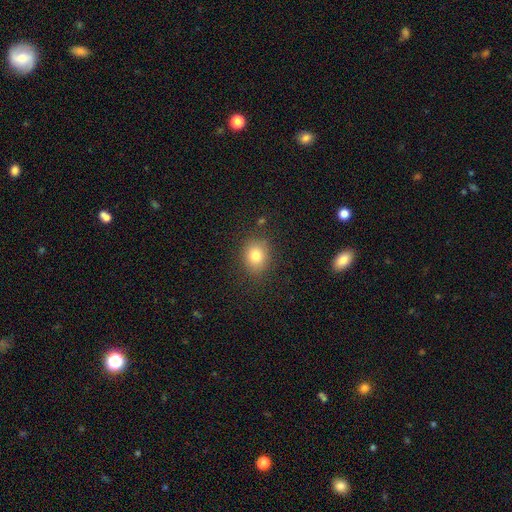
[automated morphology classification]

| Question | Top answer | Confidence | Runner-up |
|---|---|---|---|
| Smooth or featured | smooth | 80% | star or artifact (11%) |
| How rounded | round | 61% | in between (38%) |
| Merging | none | 84% | minor disturbance (11%) |